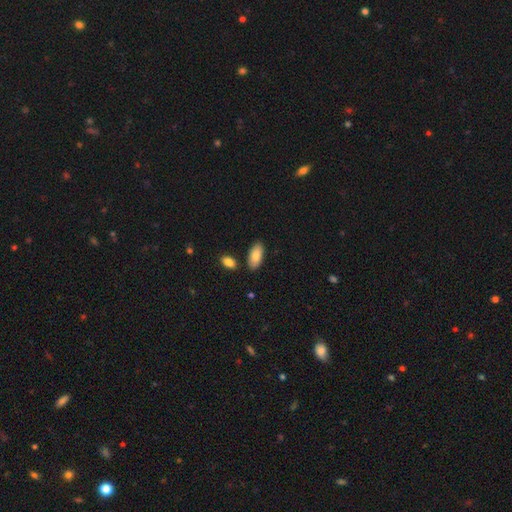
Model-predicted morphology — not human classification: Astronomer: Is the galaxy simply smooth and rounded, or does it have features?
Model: smooth — 84%.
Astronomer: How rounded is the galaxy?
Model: in between — 90%.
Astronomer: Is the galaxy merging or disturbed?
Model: none — 84%.